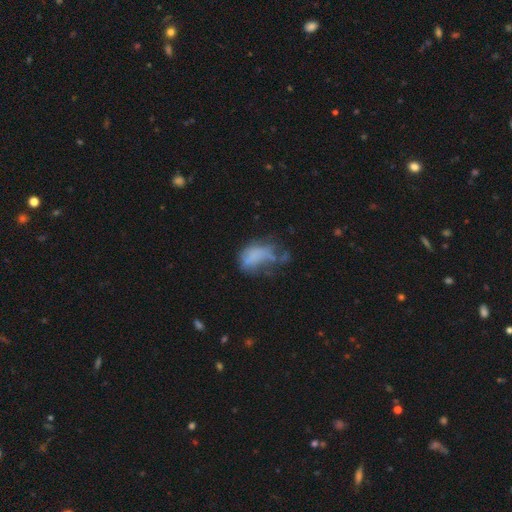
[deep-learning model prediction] Morphology: type=smooth (55%); roundness=in between (86%); merging=major disturbance (41%).